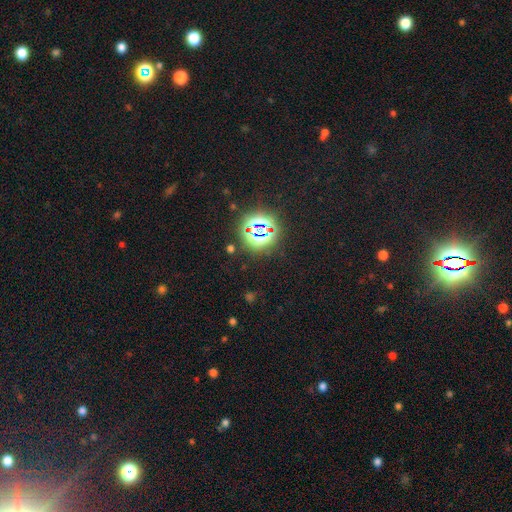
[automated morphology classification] Smooth or featured?
  - star or artifact: 79% *
  - smooth: 15%
  - featured or disk: 6%